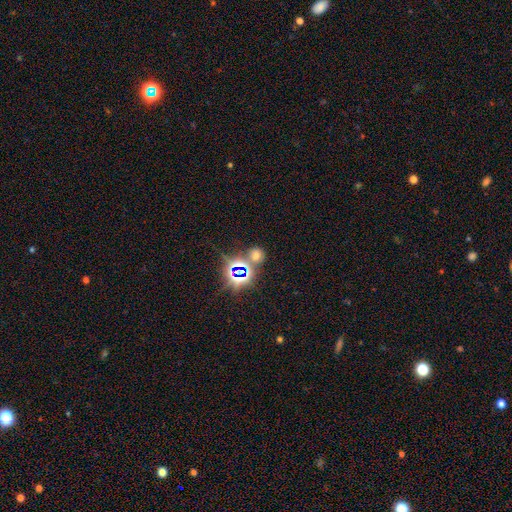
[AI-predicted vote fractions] A smooth galaxy with no disk features (47%).

Vote fractions:
- Smooth or featured? smooth: 47% / star or artifact: 46% / featured or disk: 8%
- Merging? none: 72% / merger: 14% / minor disturbance: 9% / major disturbance: 5%